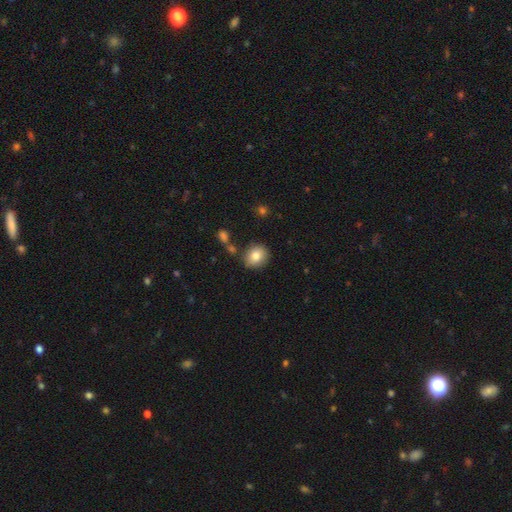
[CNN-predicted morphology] smooth_or_featured: smooth (p=0.83) [alt: star or artifact p=0.09]
how_rounded: round (p=0.74) [alt: in between p=0.25]
merging: none (p=0.81) [alt: minor disturbance p=0.11]